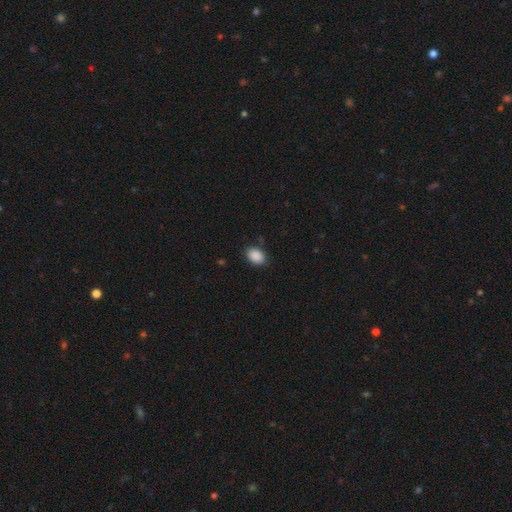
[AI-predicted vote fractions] A smooth galaxy with no disk features (89%) that is in between round and cigar-shaped (72%).

Vote fractions:
- Smooth or featured? smooth: 89% / star or artifact: 8% / featured or disk: 3%
- How rounded? in between: 72% / round: 27% / cigar-shaped: 1%
- Merging? none: 85% / minor disturbance: 11% / major disturbance: 3% / merger: 1%